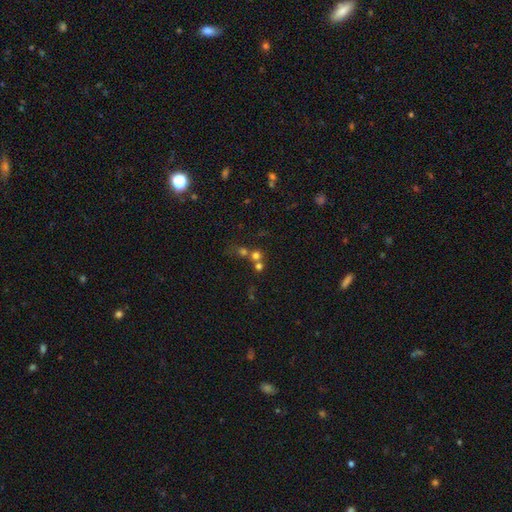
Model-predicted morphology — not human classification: smooth_or_featured: smooth (p=0.63) [alt: star or artifact p=0.24]
how_rounded: round (p=0.87) [alt: in between p=0.12]
merging: merger (p=0.49) [alt: none p=0.42]